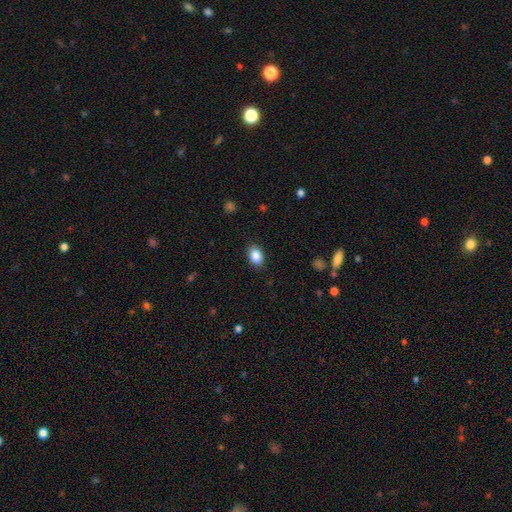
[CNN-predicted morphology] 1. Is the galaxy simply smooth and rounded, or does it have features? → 88% smooth, 8% star or artifact, 4% featured or disk.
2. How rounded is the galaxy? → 82% in between, 17% round, 1% cigar-shaped.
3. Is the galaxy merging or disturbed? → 87% none, 10% minor disturbance, 2% major disturbance, 1% merger.